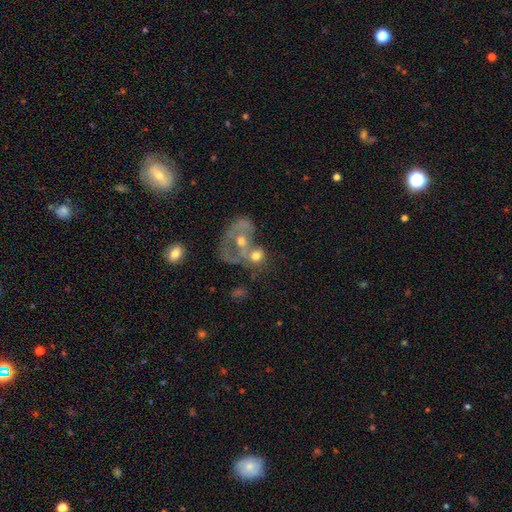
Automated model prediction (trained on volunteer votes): A smooth galaxy with no disk features (45%). Merging: merger (59%).